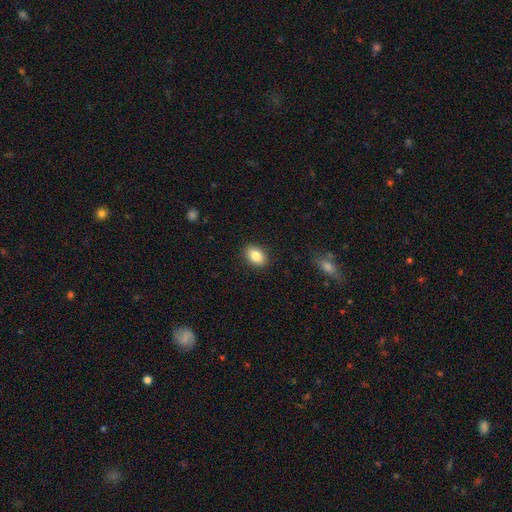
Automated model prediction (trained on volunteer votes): Smooth or featured: smooth — 85% (star or artifact — 8%)
How rounded: in between — 77% (round — 22%)
Merging: none — 89% (minor disturbance — 8%)